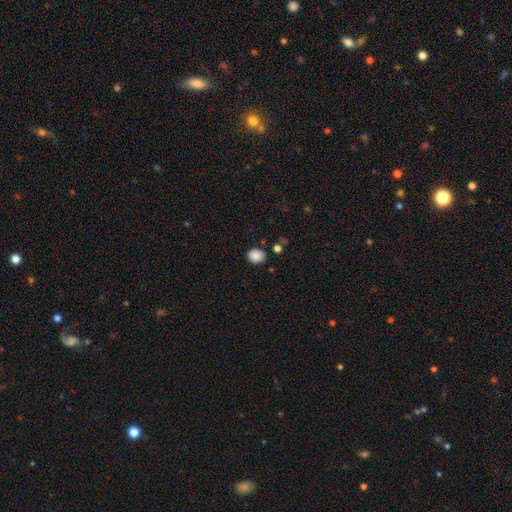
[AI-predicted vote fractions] The model was most divided on "how rounded": round: 66%, in between: 33%, cigar-shaped: 1%. More confident: smooth or featured — smooth (87%); merging — none (83%).